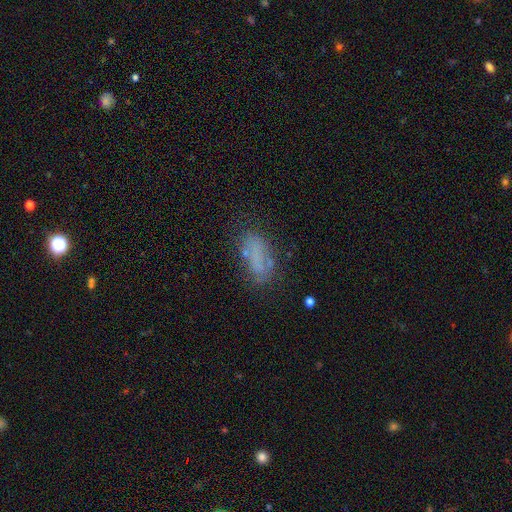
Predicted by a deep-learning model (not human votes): Smooth or featured?
  - smooth: 57% *
  - featured or disk: 29%
  - star or artifact: 15%
How rounded?
  - in between: 78% *
  - cigar-shaped: 18%
  - round: 4%
Merging?
  - none: 61% *
  - minor disturbance: 21%
  - major disturbance: 13%
  - merger: 5%